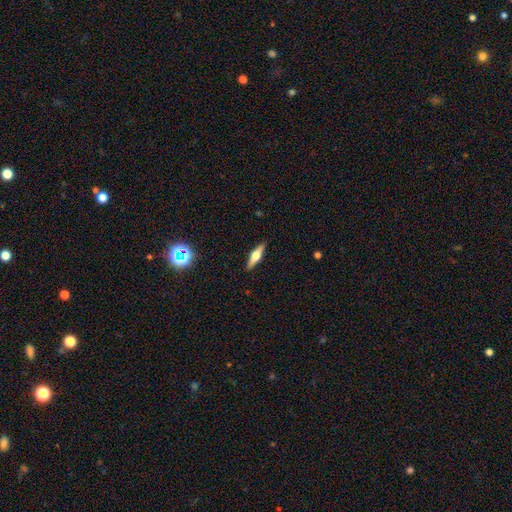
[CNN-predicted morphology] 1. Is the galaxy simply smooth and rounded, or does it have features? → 62% featured or disk, 31% smooth, 7% star or artifact.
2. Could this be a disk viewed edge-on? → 96% yes, 4% no.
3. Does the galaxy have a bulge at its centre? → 93% rounded, 5% boxy, 2% none.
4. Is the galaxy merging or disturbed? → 90% none, 7% minor disturbance, 2% major disturbance, 1% merger.